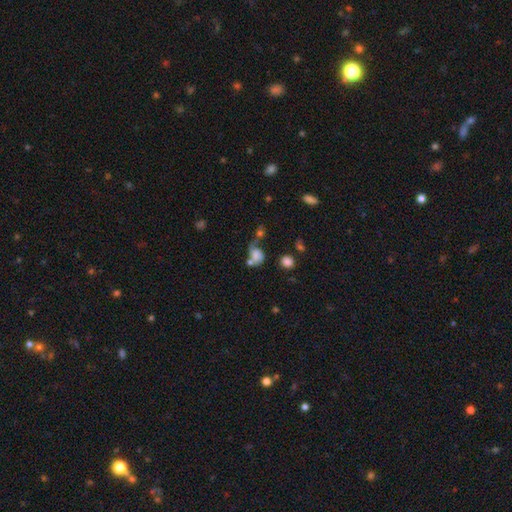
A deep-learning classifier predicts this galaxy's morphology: type=smooth (49%); merging=merger (31%).